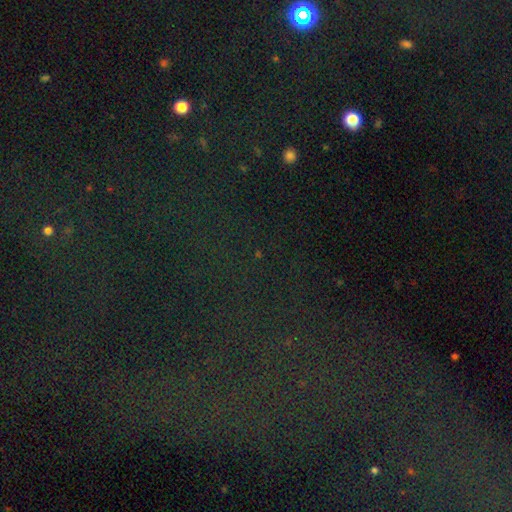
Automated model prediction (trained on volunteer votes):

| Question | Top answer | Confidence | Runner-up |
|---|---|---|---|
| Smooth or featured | star or artifact | 81% | smooth (11%) |